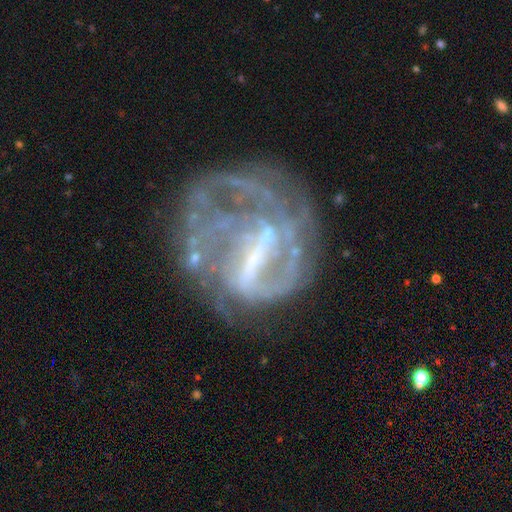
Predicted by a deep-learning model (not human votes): Smooth or featured?
  - featured or disk: 81% *
  - smooth: 10%
  - star or artifact: 9%
Edge-on disk?
  - no: 97% *
  - yes: 3%
Bar?
  - strong: 48% *
  - weak: 34%
  - no: 18%
Spiral arms?
  - yes: 68% *
  - no: 32%
Spiral winding?
  - tight: 41% *
  - medium: 34%
  - loose: 25%
Spiral arm count?
  - can't tell: 39% *
  - 2: 26%
  - 1: 16%
  - 3: 11%
  - 4: 5%
  - more than 4: 4%
Bulge size?
  - none: 46% *
  - small: 28%
  - moderate: 20%
  - large: 4%
  - dominant: 1%
Merging?
  - none: 44% *
  - major disturbance: 32%
  - minor disturbance: 19%
  - merger: 5%